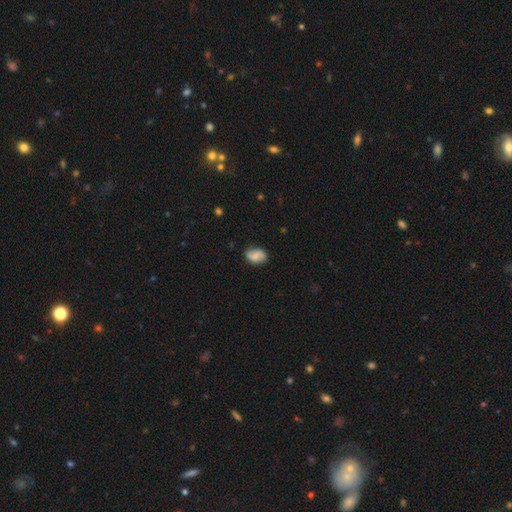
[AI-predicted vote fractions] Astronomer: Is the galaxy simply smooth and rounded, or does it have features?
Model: smooth — 54% (runner-up: featured or disk, 37%).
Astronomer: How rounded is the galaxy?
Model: in between — 78%.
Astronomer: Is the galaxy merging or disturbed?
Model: none — 69%.